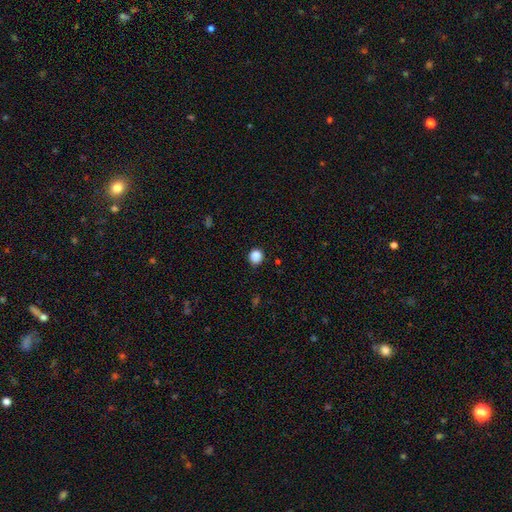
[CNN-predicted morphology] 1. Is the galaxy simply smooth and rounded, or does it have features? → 88% smooth, 10% star or artifact, 3% featured or disk.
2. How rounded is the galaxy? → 89% round, 11% in between, 1% cigar-shaped.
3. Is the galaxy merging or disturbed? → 90% none, 7% minor disturbance, 2% major disturbance, 1% merger.